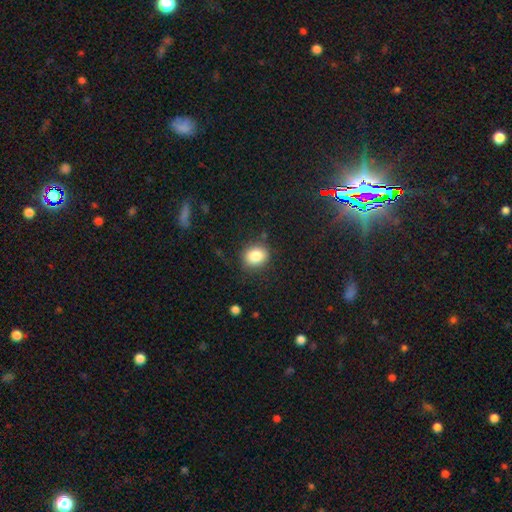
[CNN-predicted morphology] A smooth galaxy with no disk features (83%) that is round (66%).

Vote fractions:
- Smooth or featured? smooth: 83% / star or artifact: 10% / featured or disk: 7%
- How rounded? round: 66% / in between: 33% / cigar-shaped: 1%
- Merging? none: 85% / minor disturbance: 10% / major disturbance: 3% / merger: 2%